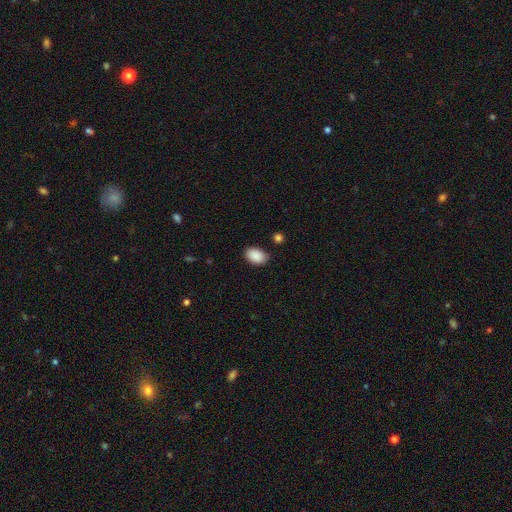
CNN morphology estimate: A smooth galaxy with no disk features (90%) that is in between round and cigar-shaped (86%).

Vote fractions:
- Smooth or featured? smooth: 90% / star or artifact: 7% / featured or disk: 3%
- How rounded? in between: 86% / round: 13% / cigar-shaped: 1%
- Merging? none: 82% / minor disturbance: 13% / major disturbance: 3% / merger: 2%